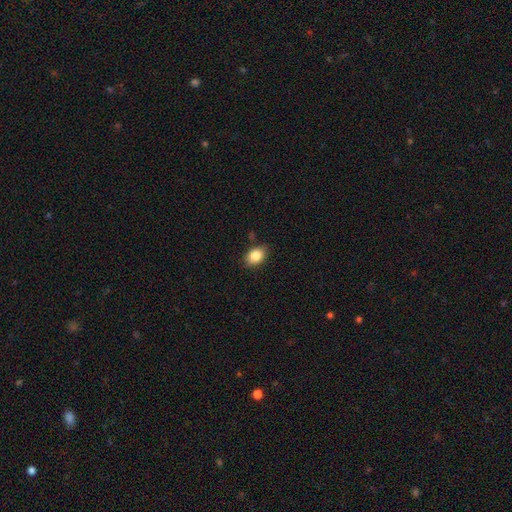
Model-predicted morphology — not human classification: The model was most divided on "how rounded": in between: 76%, round: 23%, cigar-shaped: 1%. More confident: smooth or featured — smooth (84%); merging — none (83%).